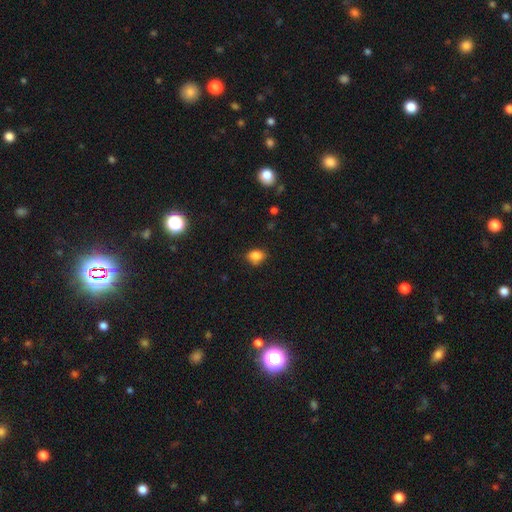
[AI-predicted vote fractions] The model was most divided on "how rounded": in between: 51%, round: 48%, cigar-shaped: 1%. More confident: smooth or featured — smooth (84%); merging — none (70%).